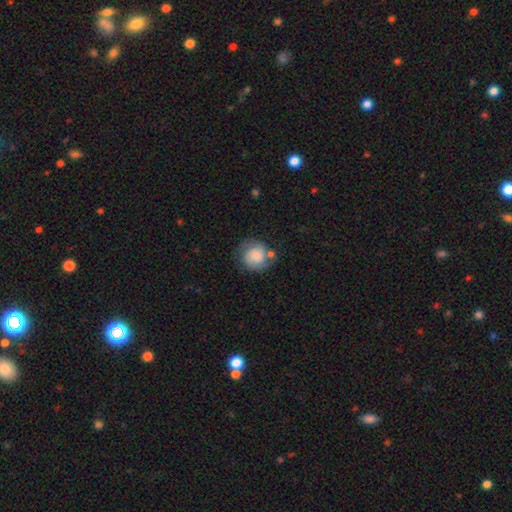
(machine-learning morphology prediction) Smooth or featured?
  - smooth: 62% *
  - featured or disk: 30%
  - star or artifact: 8%
How rounded?
  - round: 85% *
  - in between: 14%
  - cigar-shaped: 1%
Merging?
  - none: 58% *
  - minor disturbance: 22%
  - merger: 10%
  - major disturbance: 10%